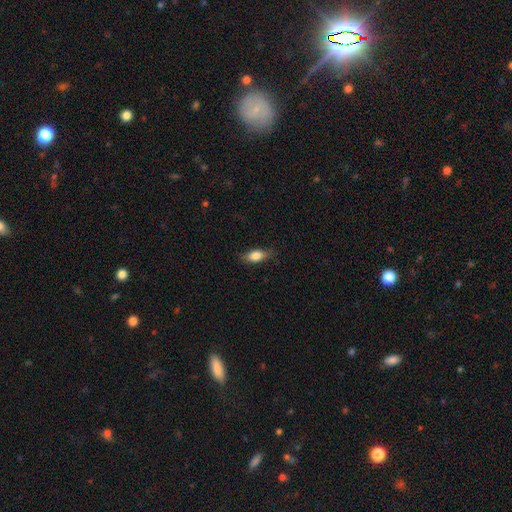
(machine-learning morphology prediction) smooth-or-featured: smooth: 79% | featured or disk: 14% | star or artifact: 7%
  how-rounded: in between: 78% | cigar-shaped: 16% | round: 5%
  merging: none: 78% | minor disturbance: 17% | major disturbance: 4% | merger: 1%